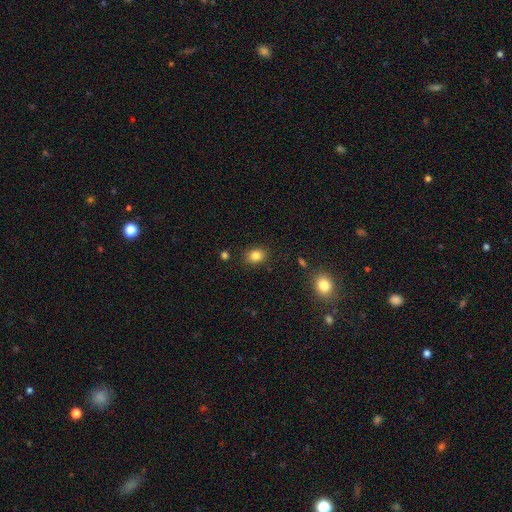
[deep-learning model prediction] smooth-or-featured: smooth: 83% | star or artifact: 11% | featured or disk: 6%
  how-rounded: round: 50% | in between: 49% | cigar-shaped: 1%
  merging: none: 86% | minor disturbance: 9% | major disturbance: 3% | merger: 2%